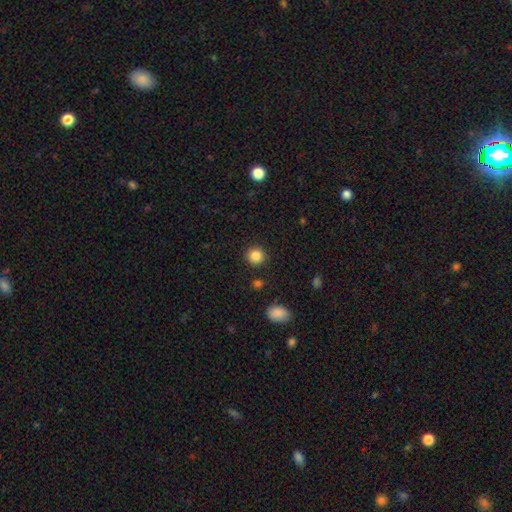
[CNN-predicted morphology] smooth 86%, star or artifact 11%, featured or disk 4%. Down the decision tree: how rounded — round (93%); merging — none (91%).